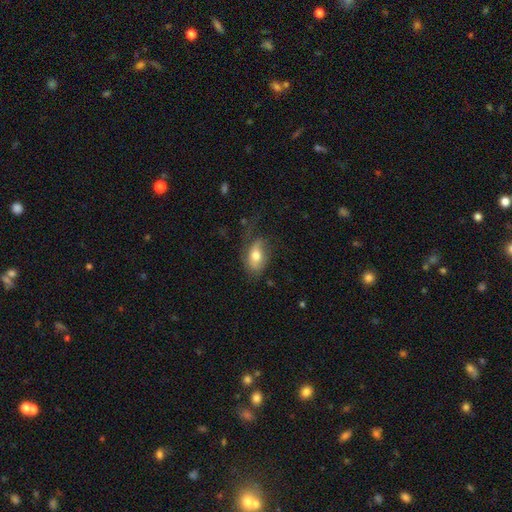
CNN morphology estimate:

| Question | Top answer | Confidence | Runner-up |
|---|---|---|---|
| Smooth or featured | smooth | 62% | featured or disk (31%) |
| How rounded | in between | 88% | round (8%) |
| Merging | none | 44% | minor disturbance (28%) |